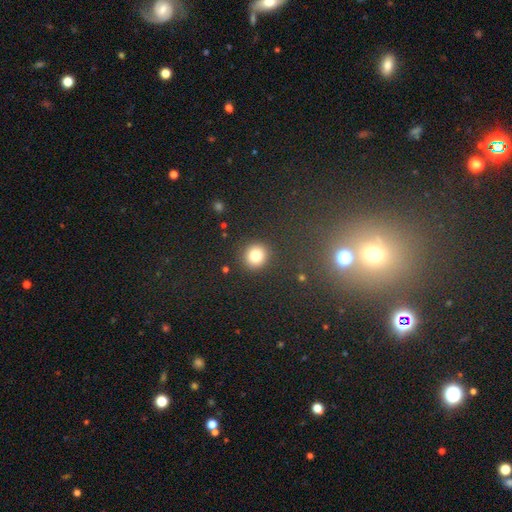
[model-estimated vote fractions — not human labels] Overall: smooth (81%). How rounded: round (88%). Merging: none (89%).